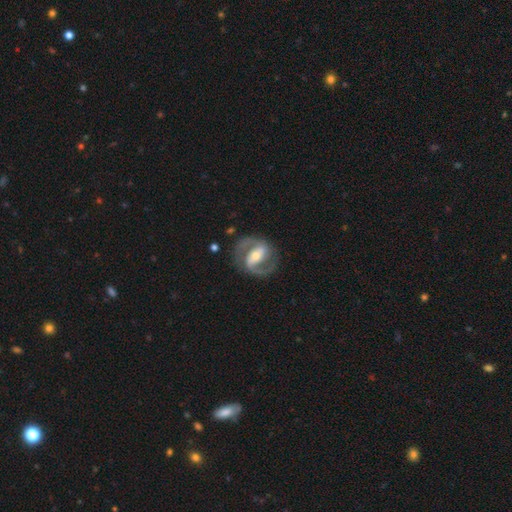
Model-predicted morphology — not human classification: smooth-or-featured: featured or disk: 89% | smooth: 7% | star or artifact: 4%
  disk-edge-on: no: 97% | yes: 3%
    bar: strong: 53% | weak: 30% | no: 17%
    has-spiral-arms: yes: 95% | no: 5%
      spiral-winding: medium: 58% | tight: 25% | loose: 17%
      spiral-arm-count: 2: 92% | can't tell: 3% | 1: 2% | 3: 1% | 4: 1% | more than 4: 1%
    bulge-size: moderate: 53% | small: 39% | large: 6% | none: 1% | dominant: 1%
  merging: none: 81% | minor disturbance: 11% | major disturbance: 6% | merger: 2%